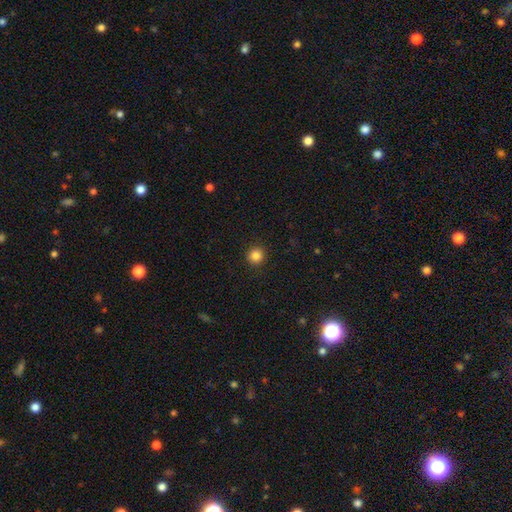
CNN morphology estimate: A smooth galaxy with no disk features (85%) that is round (95%). Merging: none (93%).